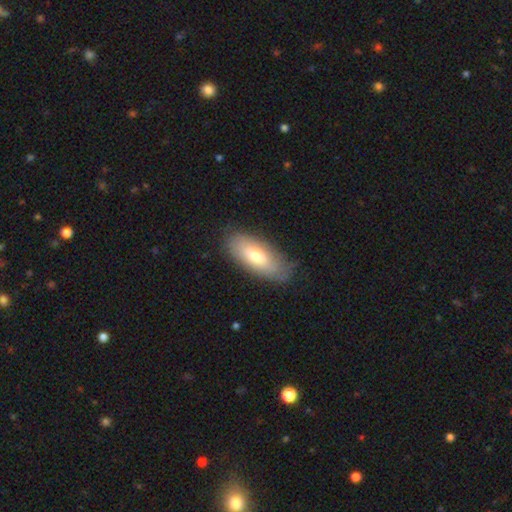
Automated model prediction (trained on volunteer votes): smooth_or_featured: smooth (p=0.69) [alt: featured or disk p=0.25]
how_rounded: in between (p=0.82) [alt: cigar-shaped p=0.16]
merging: none (p=0.81) [alt: minor disturbance p=0.15]